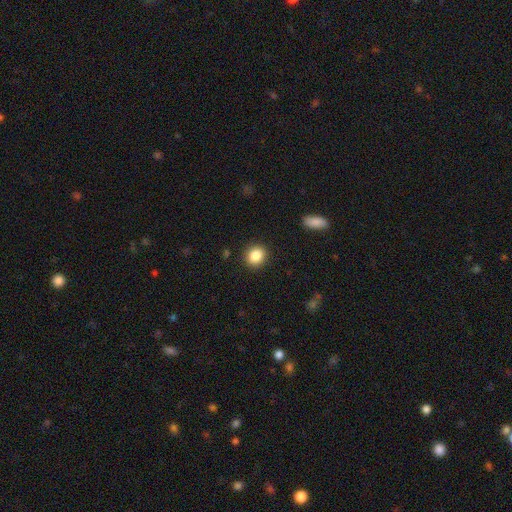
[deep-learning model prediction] Overall: smooth (85%). How rounded: round (78%). Merging: none (91%).